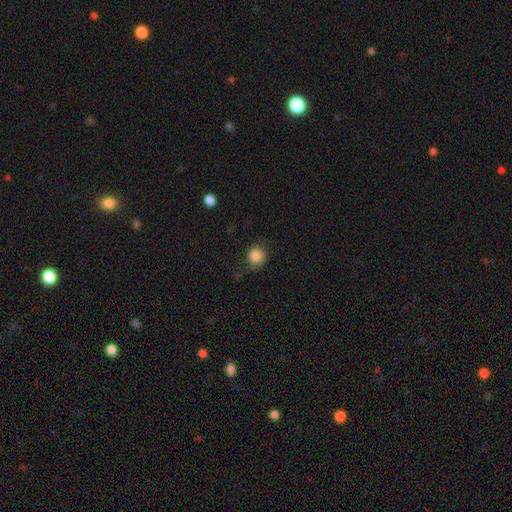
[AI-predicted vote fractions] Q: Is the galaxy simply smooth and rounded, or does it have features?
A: smooth — 84%.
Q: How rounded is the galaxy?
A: round — 88%.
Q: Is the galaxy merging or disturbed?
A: none — 76%.